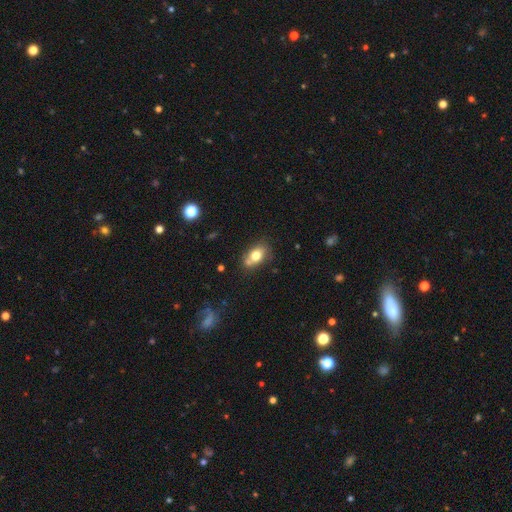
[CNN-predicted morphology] This appears to be a smooth galaxy with no disk features (74%) that is in between round and cigar-shaped (78%). Merging: none (59%).